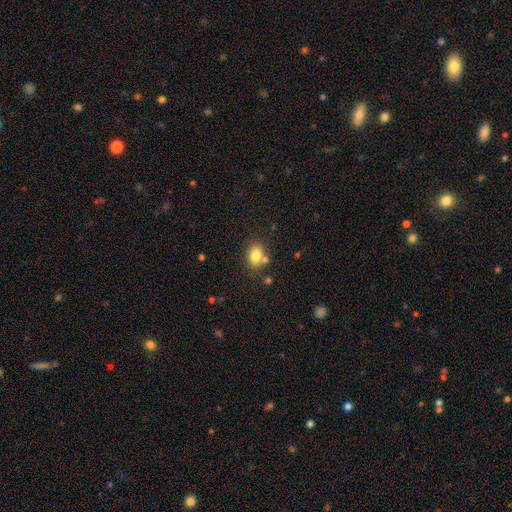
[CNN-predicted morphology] Overall: smooth (81%). How rounded: in between (73%). Merging: none (66%).